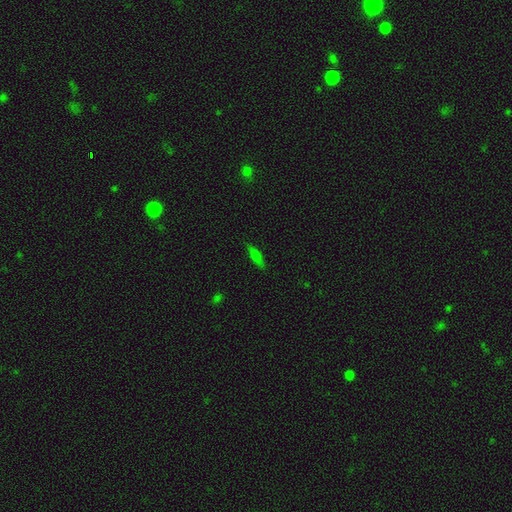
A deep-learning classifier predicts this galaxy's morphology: Q: Smooth or featured?
A: smooth (52%); runner-up: featured or disk (36%)
Q: How rounded?
A: cigar-shaped (66%); runner-up: in between (30%)
Q: Merging?
A: none (85%); runner-up: minor disturbance (11%)